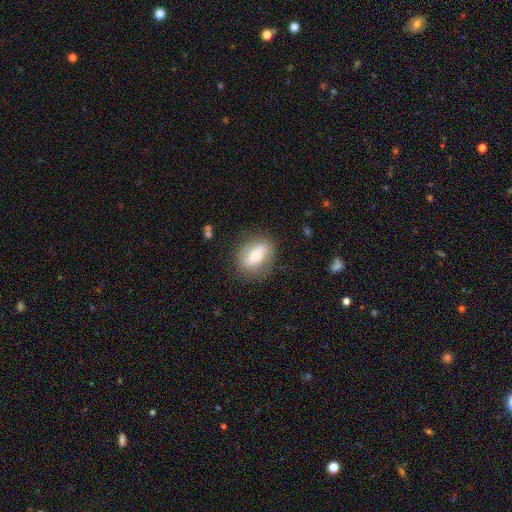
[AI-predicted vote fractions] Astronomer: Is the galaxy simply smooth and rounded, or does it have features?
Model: smooth — 52% (runner-up: featured or disk, 41%).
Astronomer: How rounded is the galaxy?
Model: in between — 71%.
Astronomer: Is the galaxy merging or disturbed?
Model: none — 80%.